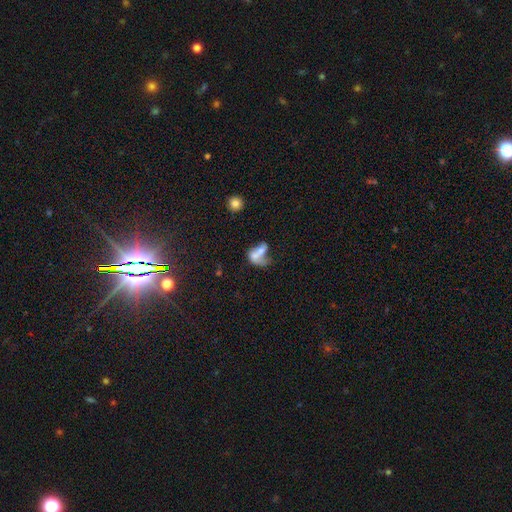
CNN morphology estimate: smooth-or-featured: smooth: 55% | featured or disk: 33% | star or artifact: 12%
  how-rounded: in between: 75% | round: 18% | cigar-shaped: 7%
  merging: merger: 61% | major disturbance: 15% | none: 15% | minor disturbance: 9%